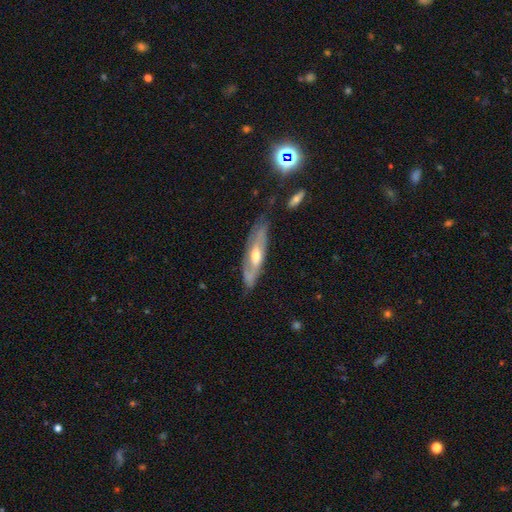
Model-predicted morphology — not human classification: Overall: featured or disk (69%). Edge-on disk: no (59%; yes 41%). Merging: none (64%; minor disturbance 24%).